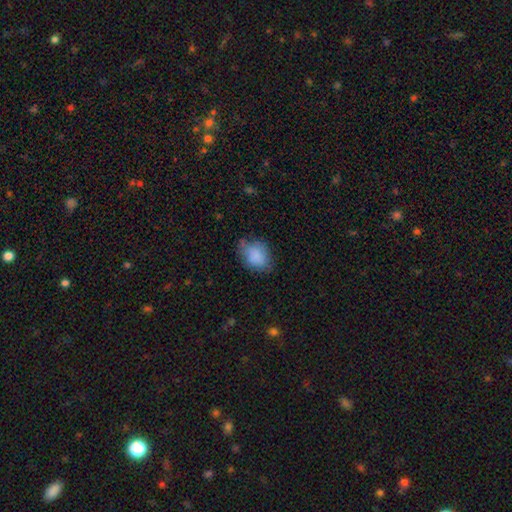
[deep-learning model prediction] Morphology: type=smooth (84%); roundness=in between (66%); merging=none (59%).